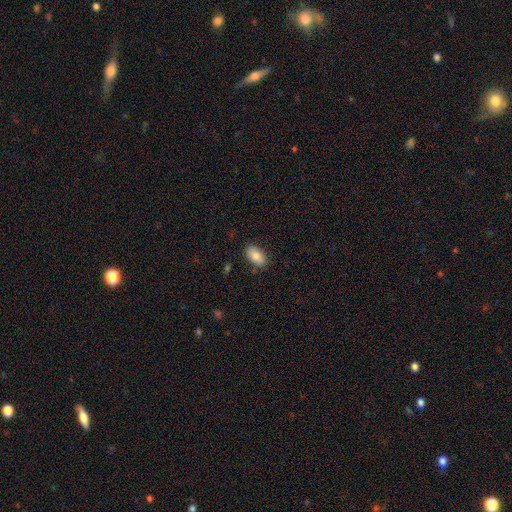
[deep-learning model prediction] smooth 83%, featured or disk 10%, star or artifact 7%. Down the decision tree: how rounded — in between (93%); merging — none (86%).